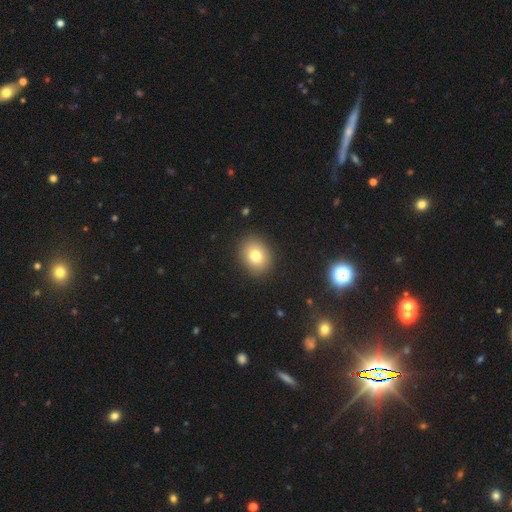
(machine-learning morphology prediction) type=smooth (77%); roundness=round (61%); merging=none (89%).